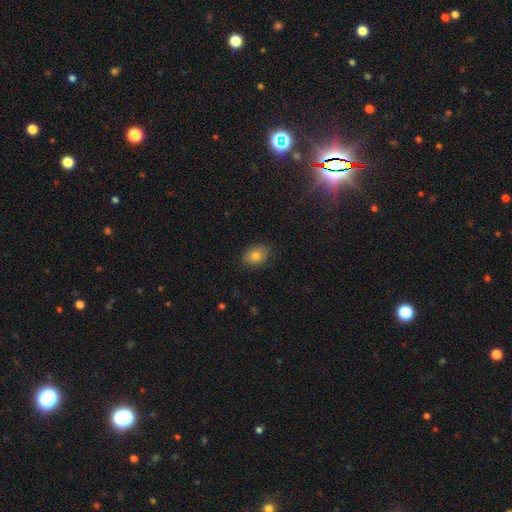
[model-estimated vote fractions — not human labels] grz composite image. It shows a smooth galaxy with no disk features (79%) that is in between round and cigar-shaped (71%). Merging: none (85%).